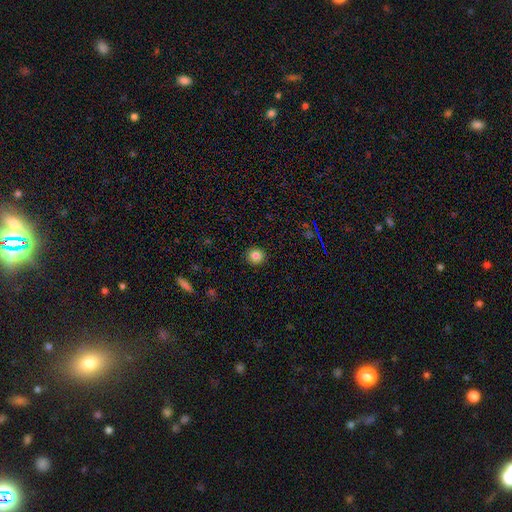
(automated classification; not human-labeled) smooth 83%, star or artifact 11%, featured or disk 6%. Down the decision tree: how rounded — round (90%); merging — none (92%).